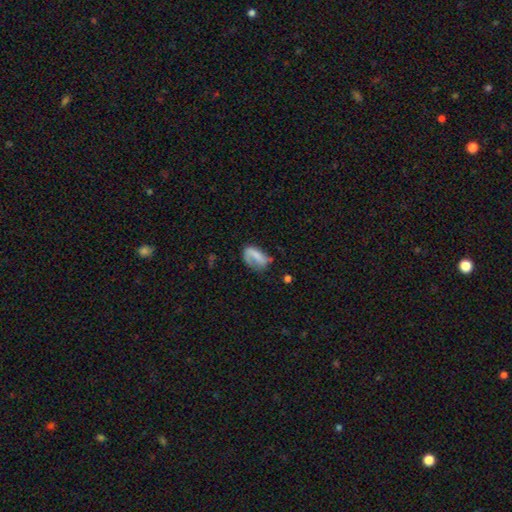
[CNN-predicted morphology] Overall: smooth (51%; featured or disk 40%). How rounded: in between (84%). Merging: none (41%; minor disturbance 28%).